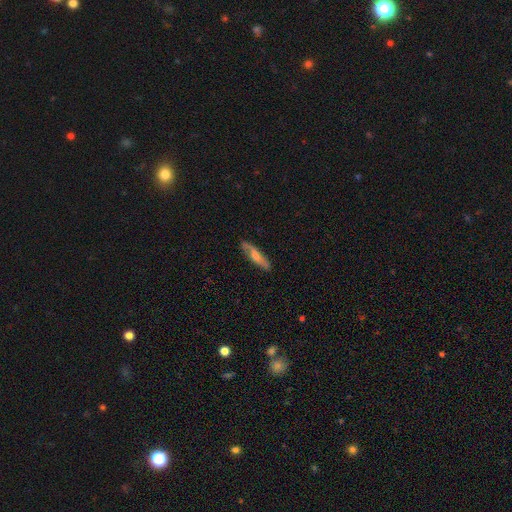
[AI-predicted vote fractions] The model was most divided on "edge-on disk": yes: 55%, no: 45%. More confident: merging — none (83%); smooth or featured — featured or disk (54%).